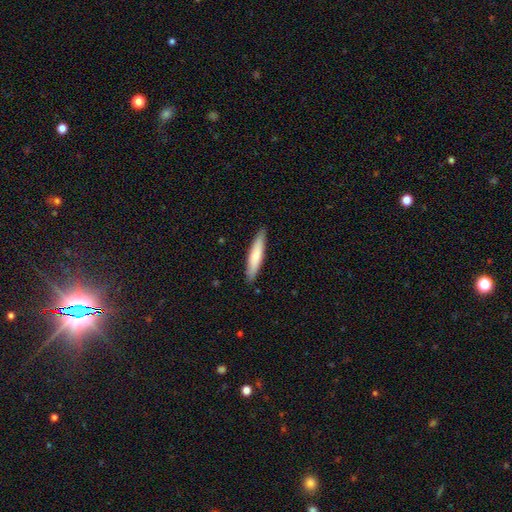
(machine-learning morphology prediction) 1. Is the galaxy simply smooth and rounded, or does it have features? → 76% smooth, 19% featured or disk, 5% star or artifact.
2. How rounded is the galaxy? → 86% cigar-shaped, 13% in between, 1% round.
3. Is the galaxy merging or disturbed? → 89% none, 8% minor disturbance, 1% major disturbance, 1% merger.